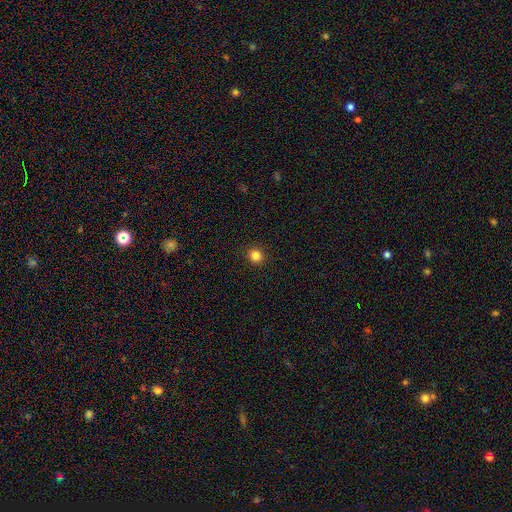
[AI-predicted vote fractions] smooth_or_featured: smooth (p=0.84) [alt: star or artifact p=0.12]
how_rounded: round (p=0.92) [alt: in between p=0.07]
merging: none (p=0.93) [alt: minor disturbance p=0.05]